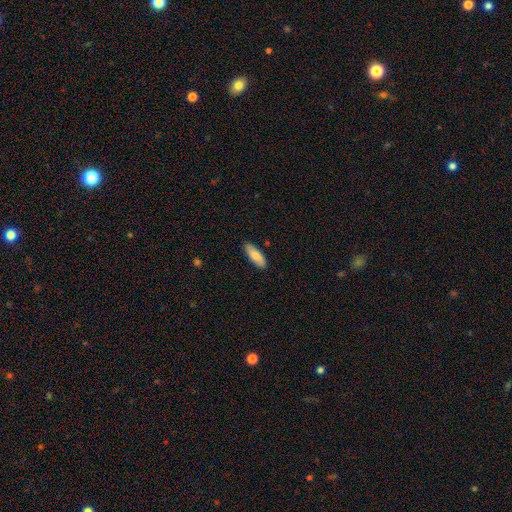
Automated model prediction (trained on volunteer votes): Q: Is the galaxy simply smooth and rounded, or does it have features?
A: smooth — 79%.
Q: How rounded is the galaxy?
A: in between — 70%.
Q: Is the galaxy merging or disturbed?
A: none — 86%.